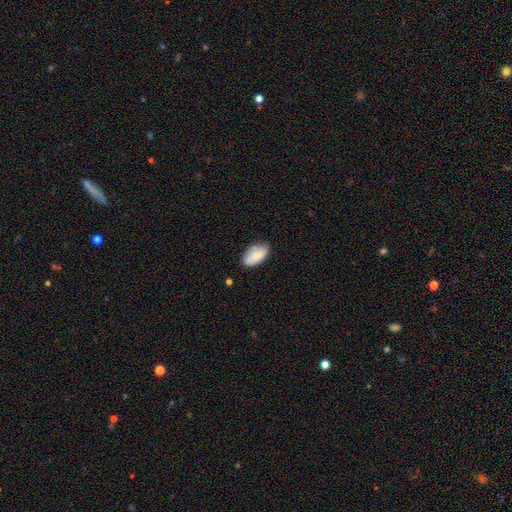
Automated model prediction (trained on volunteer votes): Smooth or featured? Predicted: smooth (p=0.67). How rounded? Predicted: in between (p=0.93). Merging? Predicted: none (p=0.70).